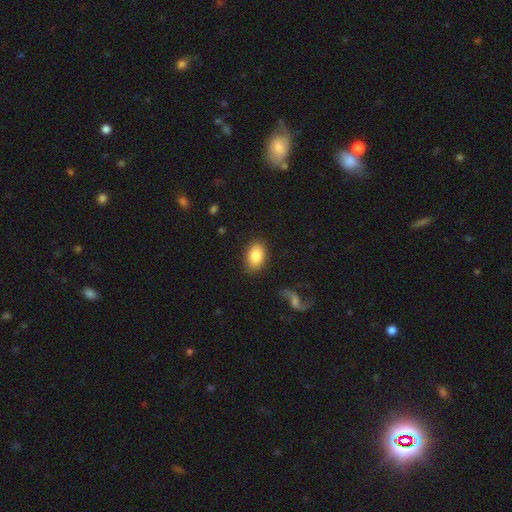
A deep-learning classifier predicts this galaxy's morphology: smooth-or-featured: smooth: 84% | featured or disk: 10% | star or artifact: 7%
  how-rounded: in between: 88% | round: 11% | cigar-shaped: 1%
  merging: none: 85% | minor disturbance: 10% | major disturbance: 3% | merger: 2%